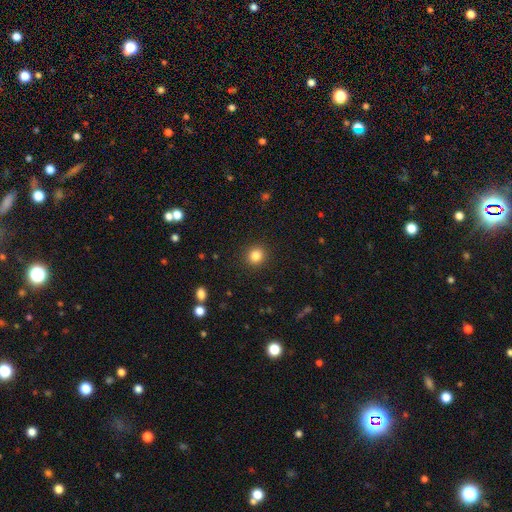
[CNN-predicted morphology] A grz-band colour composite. It shows a smooth galaxy with no disk features (84%) that is round (89%). Merging: none (91%).